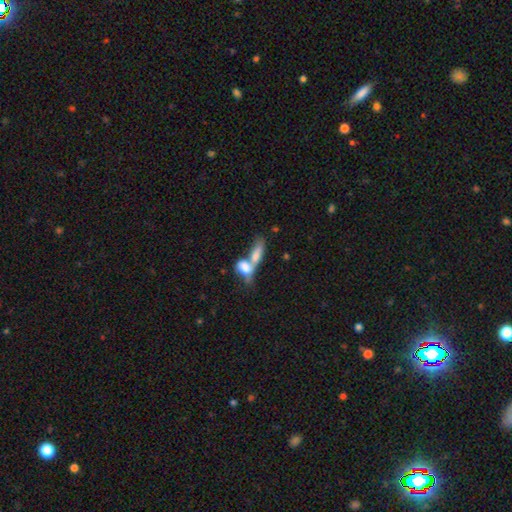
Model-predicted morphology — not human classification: A smooth galaxy with no disk features (68%) that is in between round and cigar-shaped (72%).

Vote fractions:
- Smooth or featured? smooth: 68% / featured or disk: 24% / star or artifact: 8%
- How rounded? in between: 72% / cigar-shaped: 20% / round: 8%
- Merging? merger: 77% / none: 12% / major disturbance: 6% / minor disturbance: 5%